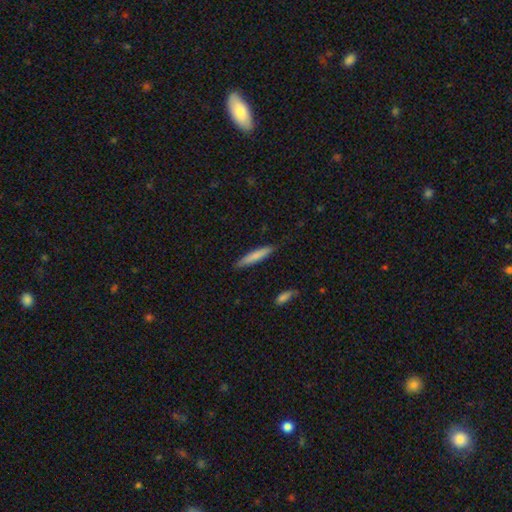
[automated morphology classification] Q: Smooth or featured?
A: smooth (77%); runner-up: featured or disk (18%)
Q: How rounded?
A: cigar-shaped (91%); runner-up: in between (8%)
Q: Merging?
A: none (87%); runner-up: minor disturbance (10%)